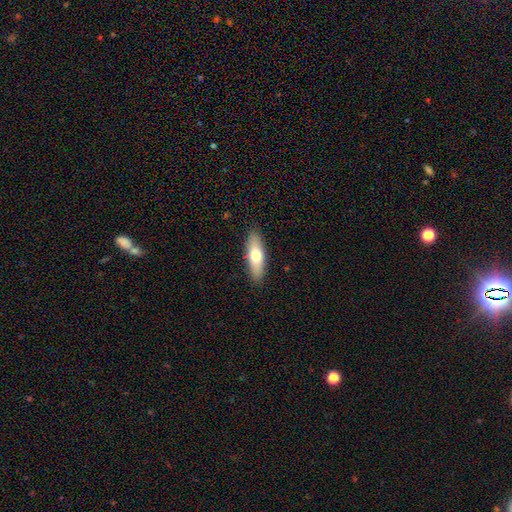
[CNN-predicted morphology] A smooth galaxy with no disk features (67%) that is in between round and cigar-shaped (52%).

Vote fractions:
- Smooth or featured? smooth: 67% / featured or disk: 27% / star or artifact: 6%
- How rounded? in between: 52% / cigar-shaped: 45% / round: 2%
- Merging? none: 89% / minor disturbance: 8% / major disturbance: 2% / merger: 1%